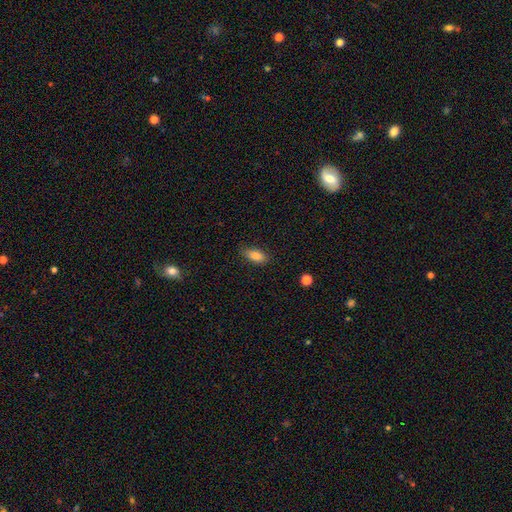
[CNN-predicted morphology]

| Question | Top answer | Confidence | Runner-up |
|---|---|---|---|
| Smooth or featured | smooth | 86% | star or artifact (8%) |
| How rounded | in between | 87% | cigar-shaped (10%) |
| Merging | none | 83% | minor disturbance (13%) |